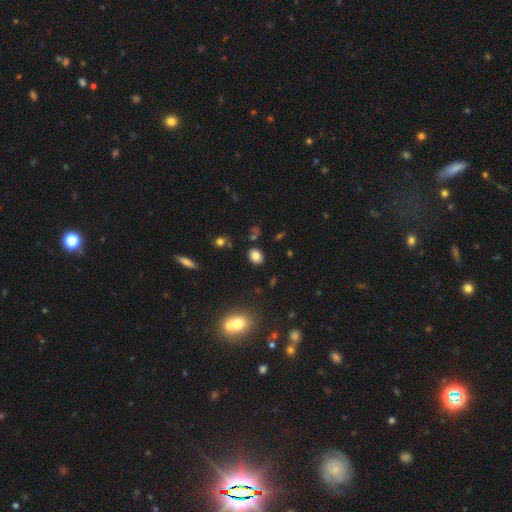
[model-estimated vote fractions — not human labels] smooth 81%, star or artifact 11%, featured or disk 8%. Down the decision tree: how rounded — in between (68%); merging — none (85%).